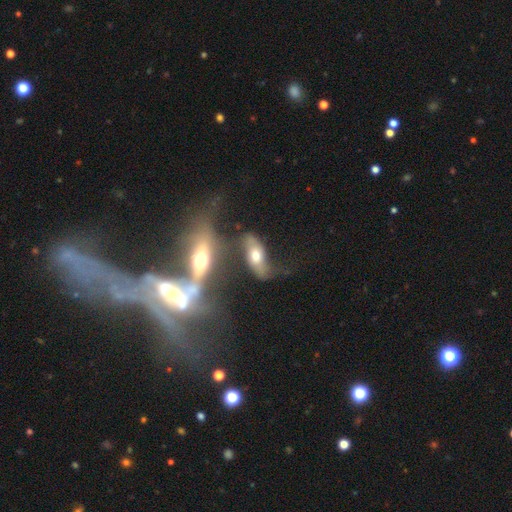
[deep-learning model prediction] Smooth or featured: featured or disk — 53% (smooth — 38%)
Edge-on disk: no — 75% (yes — 25%)
Merging: none — 41% (merger — 23%)